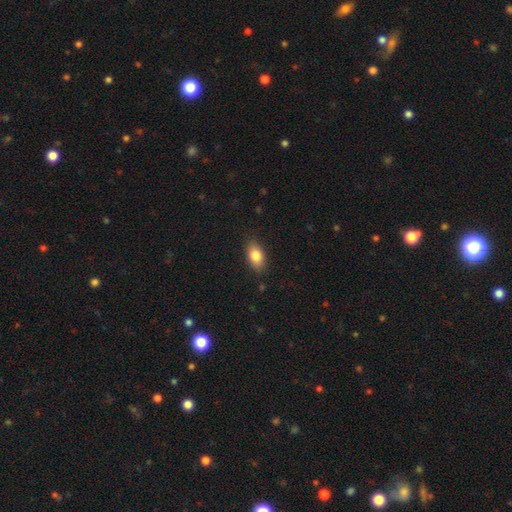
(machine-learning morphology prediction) smooth_or_featured: smooth (p=0.84) [alt: featured or disk p=0.09]
how_rounded: in between (p=0.89) [alt: round p=0.08]
merging: none (p=0.85) [alt: minor disturbance p=0.11]